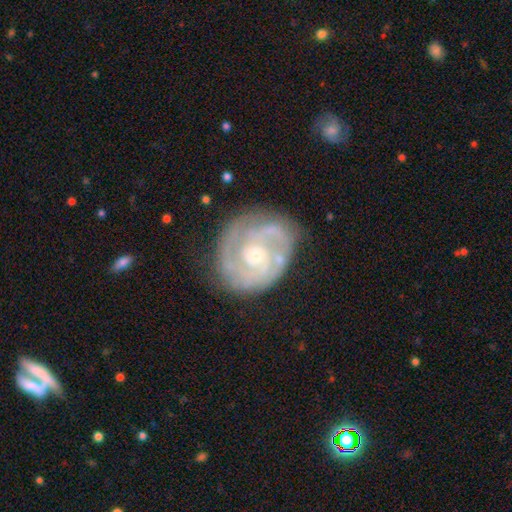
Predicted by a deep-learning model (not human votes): Morphology: type=featured or disk (87%); edge-on=no (98%); bar=no (68%); spiral arms=yes (94%); winding=tight (65%); arm count=2 (50%); bulge=small (57%); merging=none (75%).